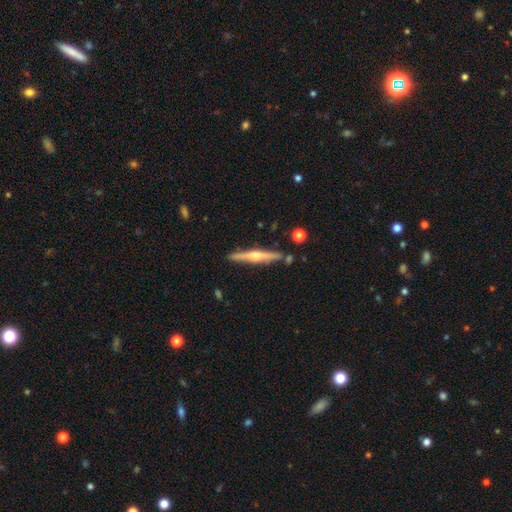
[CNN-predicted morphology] A featured or disk galaxy (66%) viewed edge-on (97%) with a rounded central bulge (81%). Merging: none (85%).